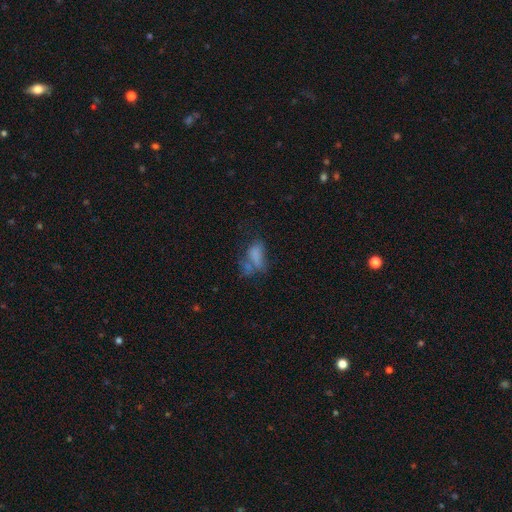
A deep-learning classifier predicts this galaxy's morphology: Smooth or featured? smooth (62%)
How rounded? in between (84%)
Merging? major disturbance (30%)